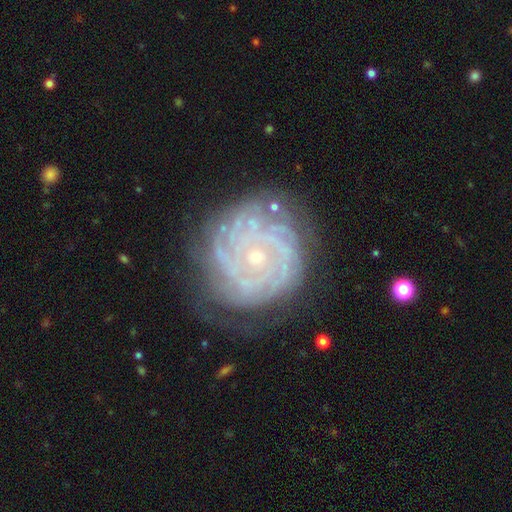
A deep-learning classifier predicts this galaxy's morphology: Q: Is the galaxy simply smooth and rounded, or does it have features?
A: featured or disk — 87%.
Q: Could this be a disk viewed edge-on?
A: no — 97%.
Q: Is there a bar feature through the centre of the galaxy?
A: no — 79%.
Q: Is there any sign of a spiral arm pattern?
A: yes — 97%.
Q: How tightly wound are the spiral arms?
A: tight — 83%.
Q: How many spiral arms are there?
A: can't tell — 27%.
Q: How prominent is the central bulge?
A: small — 76%.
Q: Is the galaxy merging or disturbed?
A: none — 74%.